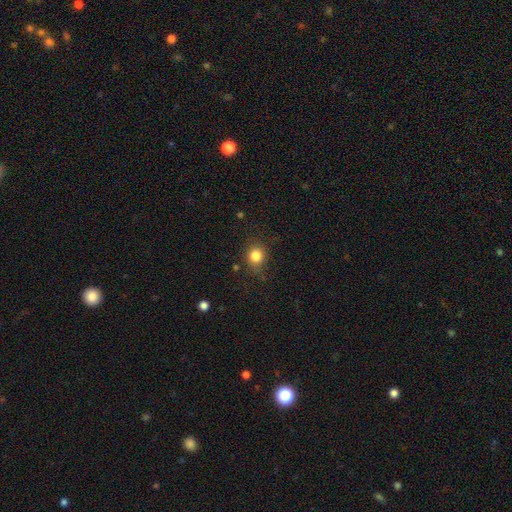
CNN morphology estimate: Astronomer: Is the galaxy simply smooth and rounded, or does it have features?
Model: smooth — 82%.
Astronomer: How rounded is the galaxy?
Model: round — 81%.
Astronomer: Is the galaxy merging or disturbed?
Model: none — 79%.